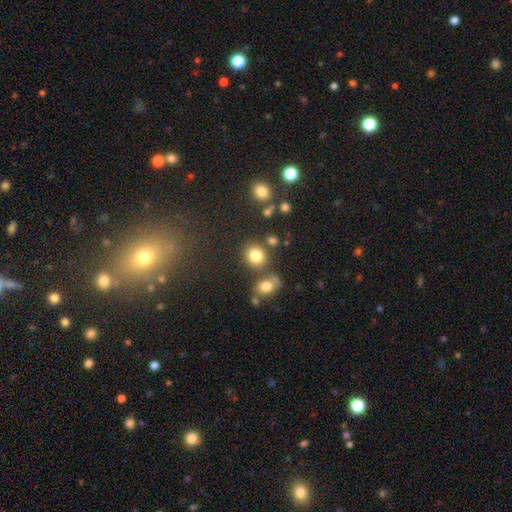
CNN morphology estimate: smooth 81%, star or artifact 12%, featured or disk 7%. Down the decision tree: how rounded — round (78%); merging — none (71%).